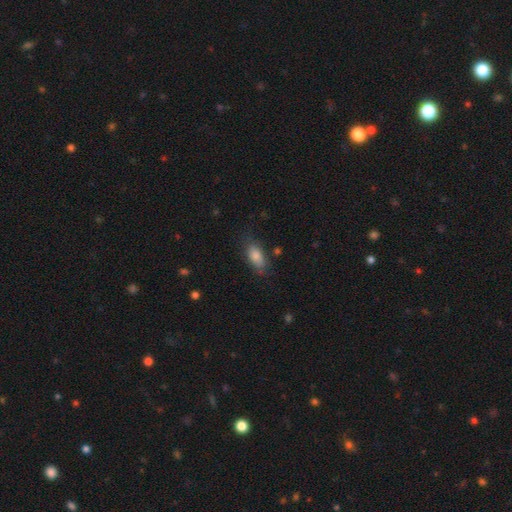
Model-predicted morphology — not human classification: Smooth or featured?
  - smooth: 80% *
  - featured or disk: 12%
  - star or artifact: 8%
How rounded?
  - in between: 86% *
  - cigar-shaped: 10%
  - round: 4%
Merging?
  - none: 72% *
  - minor disturbance: 20%
  - major disturbance: 6%
  - merger: 2%